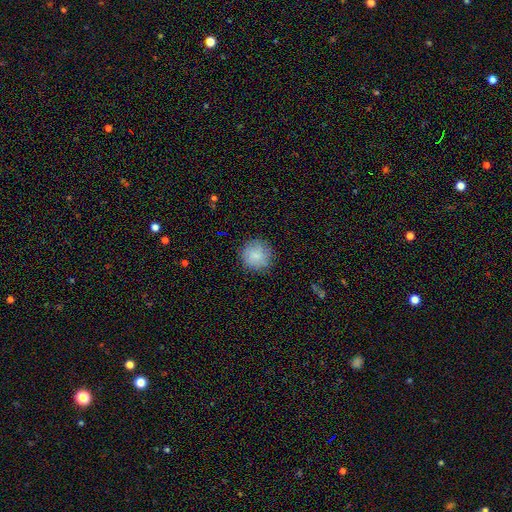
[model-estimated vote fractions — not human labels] This appears to be a smooth galaxy with no disk features (82%) that is round (93%). Merging: none (86%).